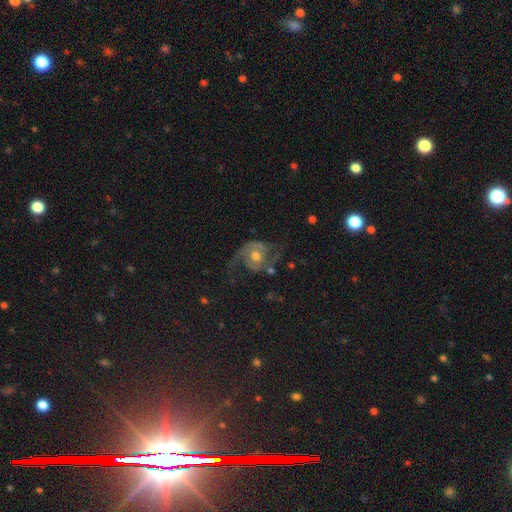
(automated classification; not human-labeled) A featured or disk galaxy (84%) with no bar (70%), 2 (89%) medium (48%) spiral arms (95%) and a moderate central bulge (73%). Merging: none (61%).